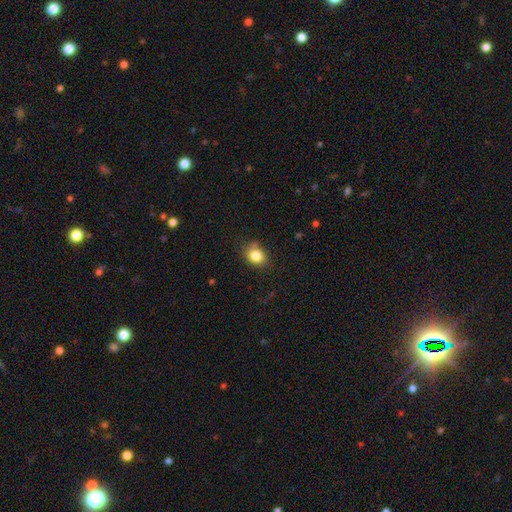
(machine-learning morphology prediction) This is clearly a smooth galaxy (83%). How rounded: possibly round (55%). Merging: likely none (76%).